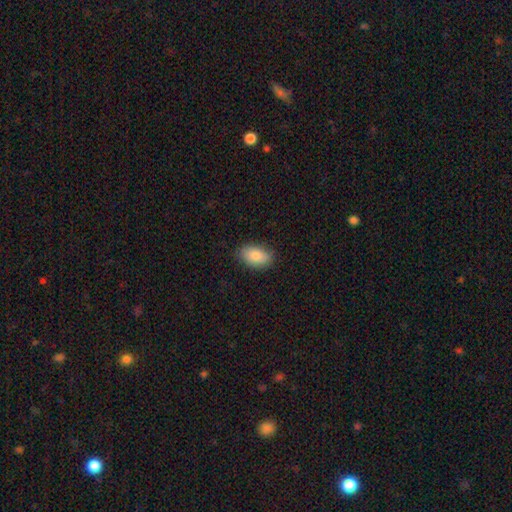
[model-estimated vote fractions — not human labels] Smooth or featured? Predicted: smooth (p=0.85). How rounded? Predicted: in between (p=0.92). Merging? Predicted: none (p=0.83).